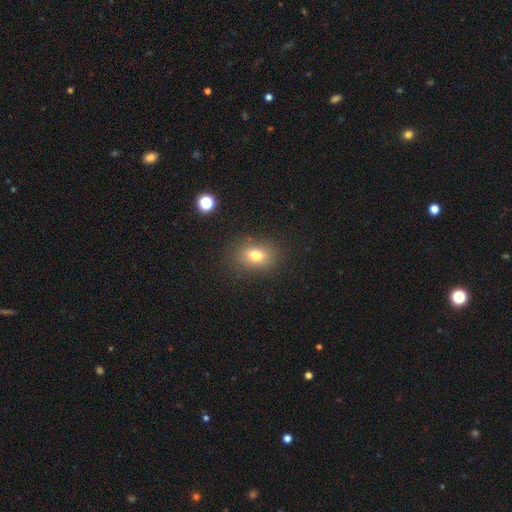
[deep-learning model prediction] smooth_or_featured: smooth (p=0.75) [alt: star or artifact p=0.13]
how_rounded: in between (p=0.66) [alt: round p=0.32]
merging: none (p=0.84) [alt: minor disturbance p=0.10]